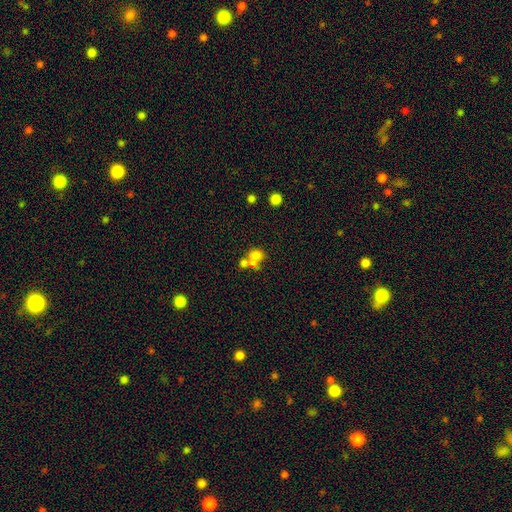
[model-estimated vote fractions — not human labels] A smooth galaxy with no disk features (65%) that is round (68%).

Vote fractions:
- Smooth or featured? smooth: 65% / featured or disk: 19% / star or artifact: 16%
- How rounded? round: 68% / in between: 31% / cigar-shaped: 1%
- Merging? merger: 52% / none: 33% / minor disturbance: 8% / major disturbance: 6%